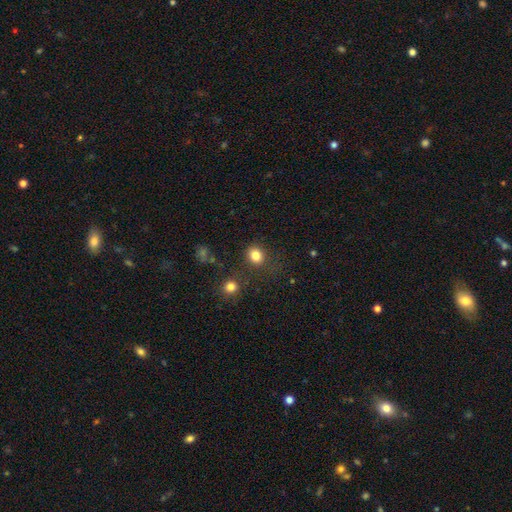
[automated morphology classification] smooth 81%, star or artifact 13%, featured or disk 6%. Down the decision tree: how rounded — round (76%); merging — none (77%).